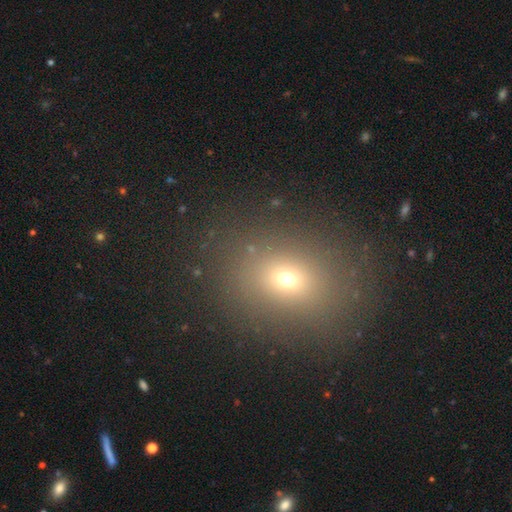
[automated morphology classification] A smooth galaxy with no disk features (61%) that is round (52%).

Vote fractions:
- Smooth or featured? smooth: 61% / star or artifact: 28% / featured or disk: 12%
- How rounded? round: 52% / in between: 47% / cigar-shaped: 2%
- Merging? none: 86% / minor disturbance: 9% / major disturbance: 4% / merger: 2%